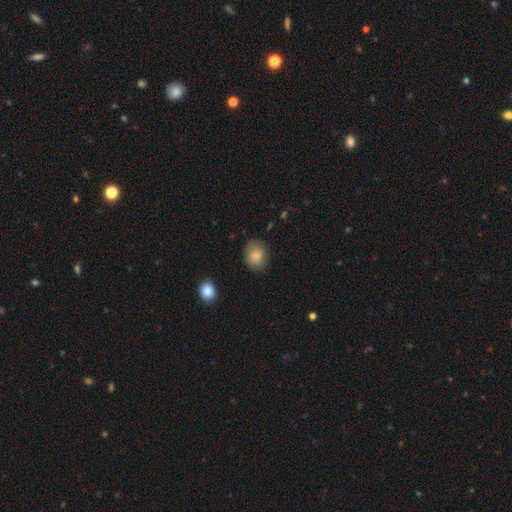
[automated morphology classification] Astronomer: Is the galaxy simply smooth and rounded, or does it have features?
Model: smooth — 83%.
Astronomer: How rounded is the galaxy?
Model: round — 55% (runner-up: in between, 44%).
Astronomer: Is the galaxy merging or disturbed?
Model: none — 79%.